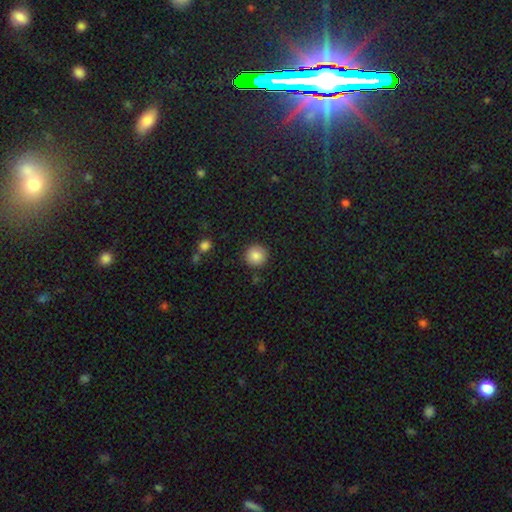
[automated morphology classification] type=smooth (86%); roundness=round (95%); merging=none (90%).